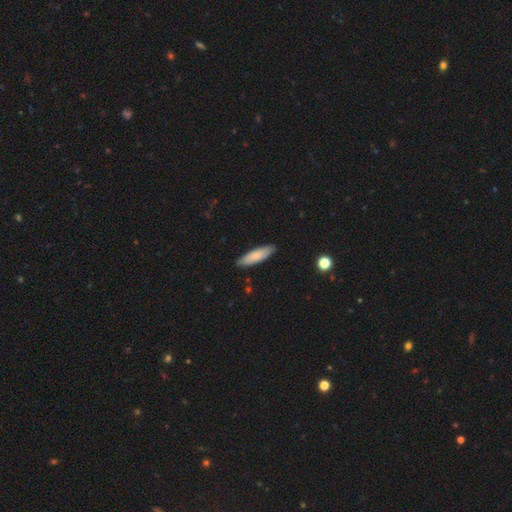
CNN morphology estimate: smooth 81%, featured or disk 14%, star or artifact 5%. Down the decision tree: how rounded — cigar-shaped (61%); merging — none (87%).